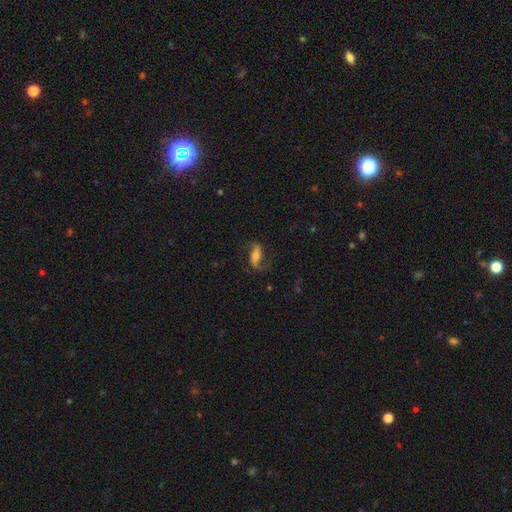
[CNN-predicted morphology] The model was most divided on "bar": strong: 41%, no: 31%, weak: 28%. More confident: spiral arms — yes (91%); edge-on disk — no (89%); spiral arm count — 2 (88%); merging — none (70%); smooth or featured — featured or disk (67%); spiral winding — loose (65%); bulge size — moderate (56%).